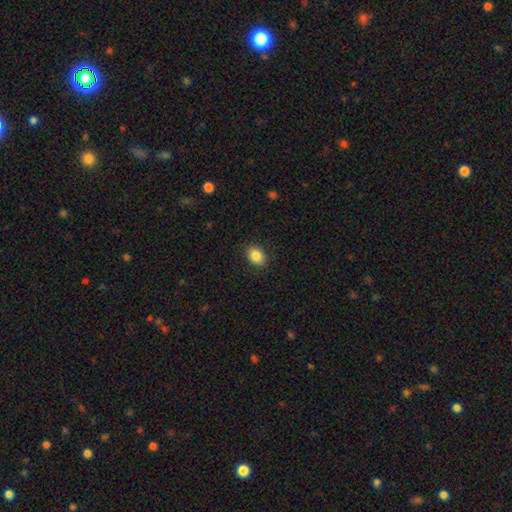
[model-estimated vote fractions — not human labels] This is clearly a smooth galaxy (85%). How rounded: likely in between (71%). Merging: clearly none (89%).